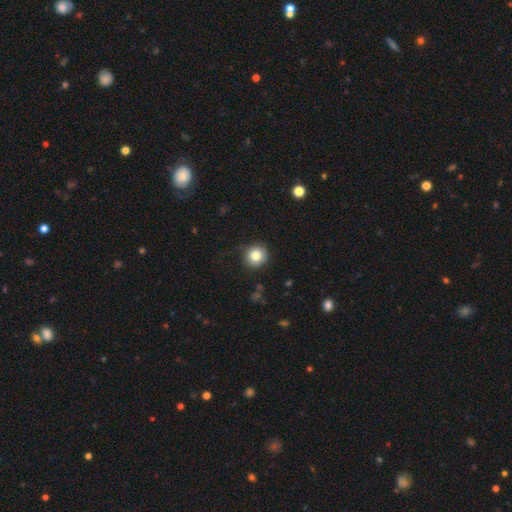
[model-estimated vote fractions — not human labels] Smooth or featured: smooth — 83% (star or artifact — 10%)
How rounded: round — 90% (in between — 9%)
Merging: none — 89% (minor disturbance — 8%)